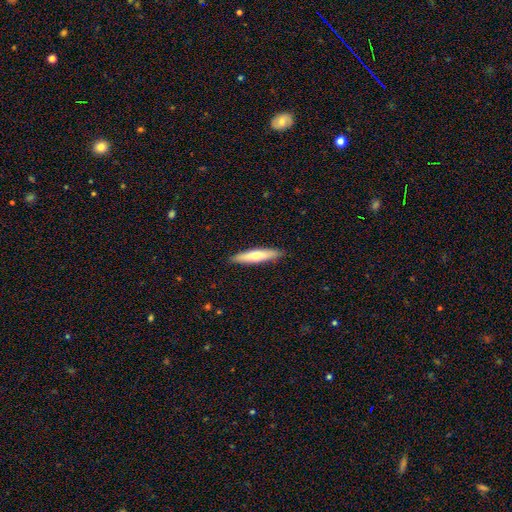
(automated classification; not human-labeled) Smooth or featured? smooth (57%)
How rounded? cigar-shaped (84%)
Merging? none (91%)